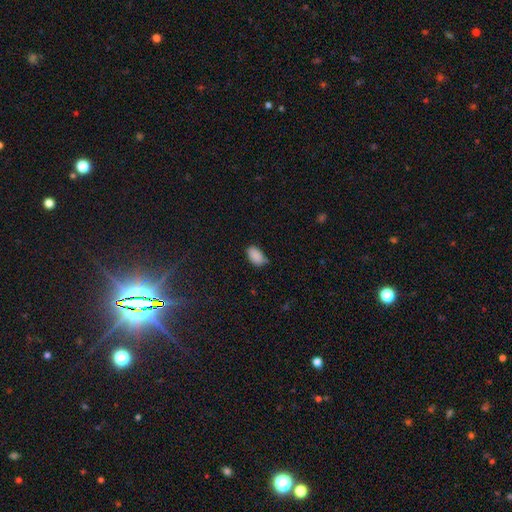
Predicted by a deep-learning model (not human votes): A smooth galaxy with no disk features (89%) that is in between round and cigar-shaped (93%). Merging: none (67%).